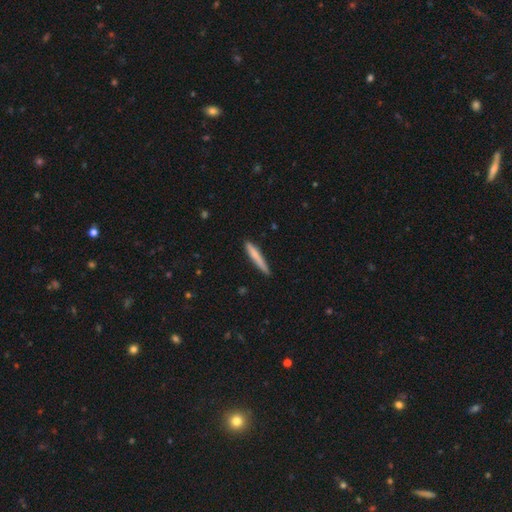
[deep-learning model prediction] Smooth or featured?
  - smooth: 73% *
  - featured or disk: 22%
  - star or artifact: 6%
How rounded?
  - cigar-shaped: 94% *
  - in between: 4%
  - round: 1%
Merging?
  - none: 84% *
  - minor disturbance: 13%
  - major disturbance: 2%
  - merger: 1%